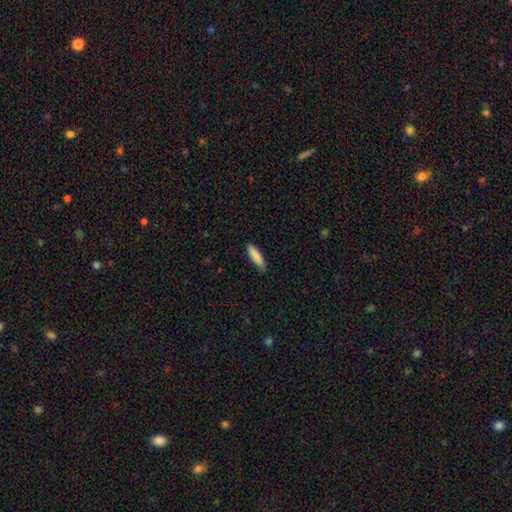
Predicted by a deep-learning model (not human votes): Smooth or featured? smooth (87%)
How rounded? cigar-shaped (71%)
Merging? none (83%)